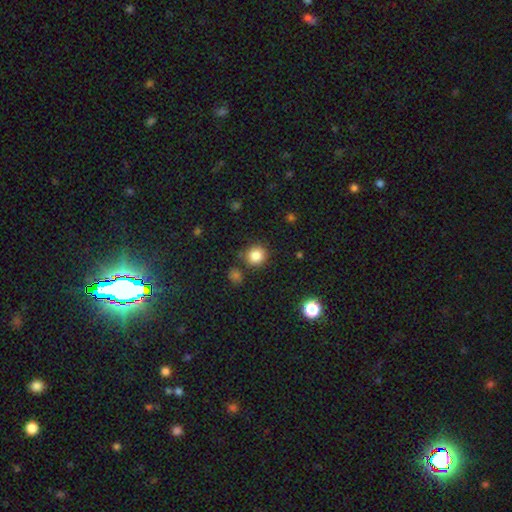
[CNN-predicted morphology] smooth-or-featured: smooth: 84% | star or artifact: 11% | featured or disk: 5%
  how-rounded: round: 90% | in between: 9% | cigar-shaped: 1%
  merging: none: 82% | minor disturbance: 10% | merger: 5% | major disturbance: 3%